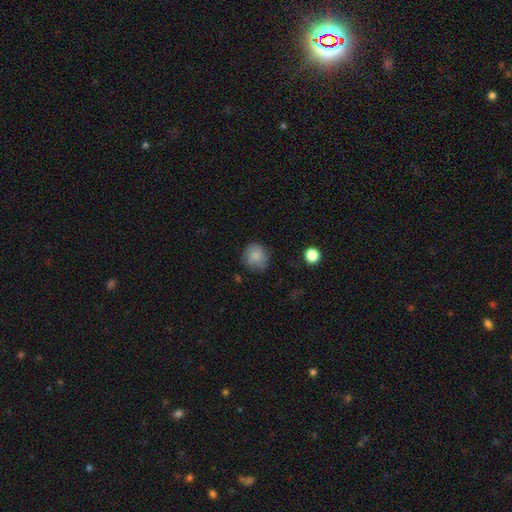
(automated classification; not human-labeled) Morphology: type=smooth (81%); roundness=round (88%); merging=none (73%).